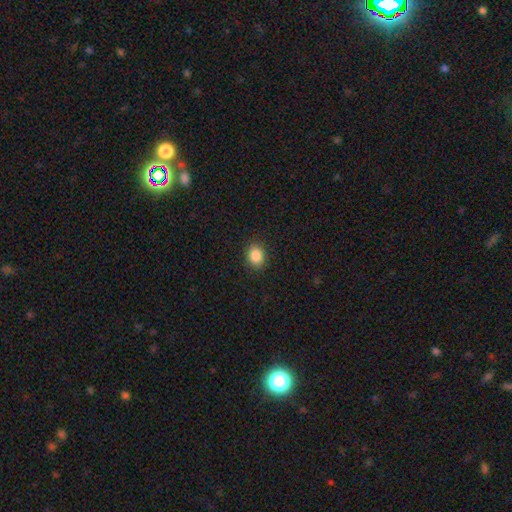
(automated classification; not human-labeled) smooth-or-featured: smooth: 86% | star or artifact: 10% | featured or disk: 4%
  how-rounded: round: 55% | in between: 44% | cigar-shaped: 1%
  merging: none: 90% | minor disturbance: 7% | major disturbance: 2% | merger: 1%